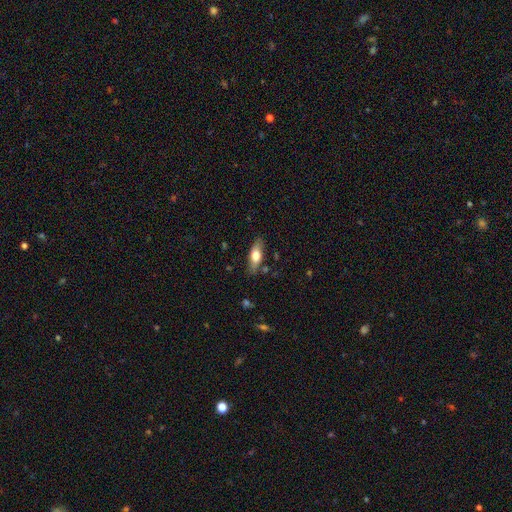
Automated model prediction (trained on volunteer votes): This appears to be a smooth galaxy with no disk features (65%) that is in between round and cigar-shaped (67%). Merging: none (82%).